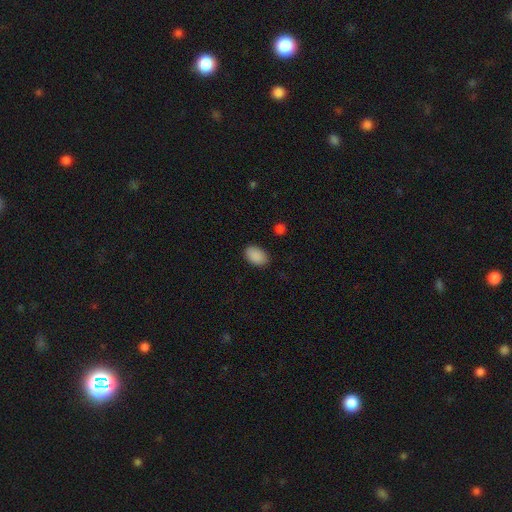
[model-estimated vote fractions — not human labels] Morphology: type=smooth (90%); roundness=in between (90%); merging=none (86%).